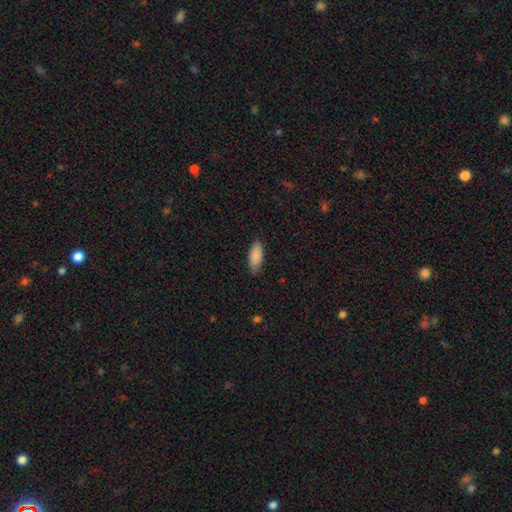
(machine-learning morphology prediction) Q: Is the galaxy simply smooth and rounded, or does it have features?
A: smooth — 89%.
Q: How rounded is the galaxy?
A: in between — 87%.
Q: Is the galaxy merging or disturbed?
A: none — 82%.